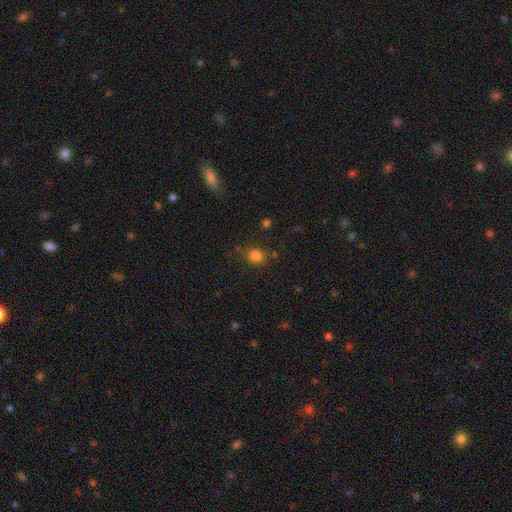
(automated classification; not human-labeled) smooth 80%, star or artifact 14%, featured or disk 6%. Down the decision tree: how rounded — round (79%); merging — none (77%).